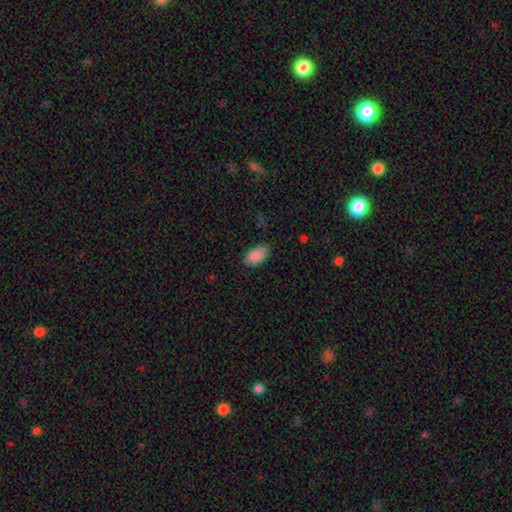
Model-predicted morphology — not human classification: smooth-or-featured: smooth: 89% | star or artifact: 7% | featured or disk: 4%
  how-rounded: in between: 94% | round: 4% | cigar-shaped: 2%
  merging: none: 80% | minor disturbance: 15% | major disturbance: 3% | merger: 1%